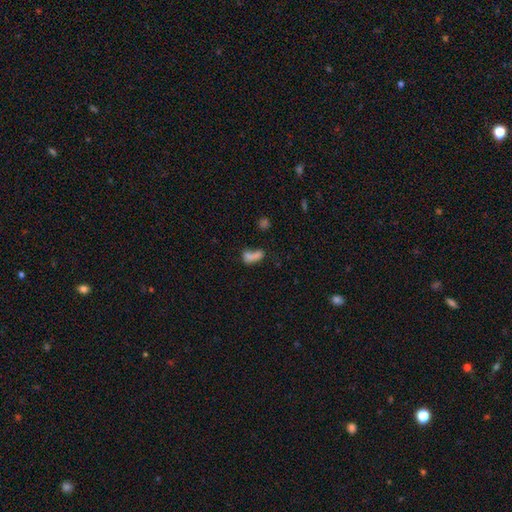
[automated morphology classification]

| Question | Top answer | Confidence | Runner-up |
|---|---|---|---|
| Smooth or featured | smooth | 72% | featured or disk (15%) |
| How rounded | in between | 76% | cigar-shaped (14%) |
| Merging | merger | 38% | none (29%) |